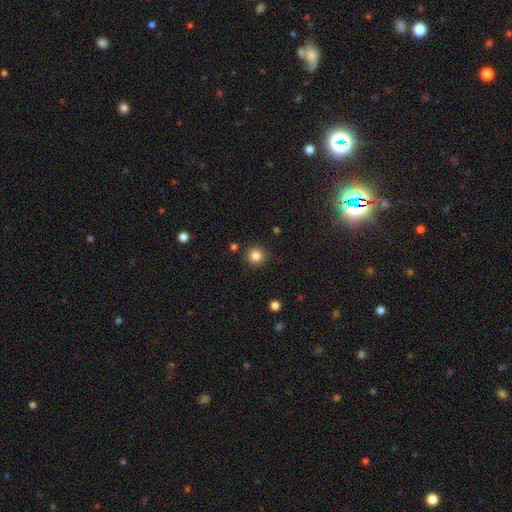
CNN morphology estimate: Smooth or featured?
  - smooth: 84% *
  - star or artifact: 11%
  - featured or disk: 5%
How rounded?
  - round: 94% *
  - in between: 5%
  - cigar-shaped: 1%
Merging?
  - none: 88% *
  - minor disturbance: 8%
  - merger: 2%
  - major disturbance: 2%